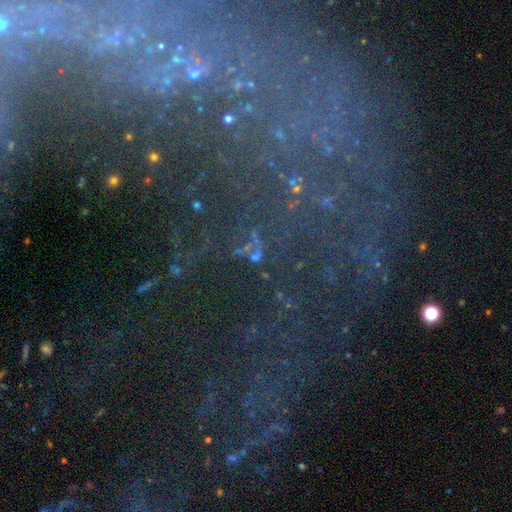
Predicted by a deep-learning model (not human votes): This appears to be a star or artifact, not a galaxy (68%).